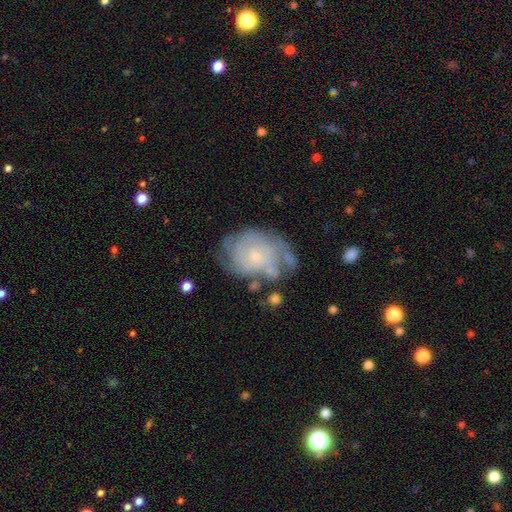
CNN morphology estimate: Smooth or featured: featured or disk — 70% (smooth — 22%)
Edge-on disk: no — 97% (yes — 3%)
Bar: no — 79% (weak — 18%)
Spiral arms: yes — 81% (no — 19%)
Spiral winding: tight — 61% (medium — 28%)
Spiral arm count: can't tell — 54% (2 — 13%)
Bulge size: small — 75% (moderate — 18%)
Merging: none — 50% (minor disturbance — 26%)